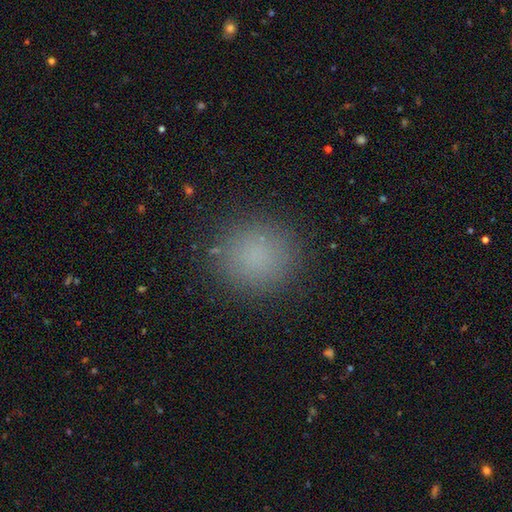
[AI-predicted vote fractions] The model was most divided on "smooth or featured": smooth: 82%, star or artifact: 14%, featured or disk: 5%. More confident: how rounded — round (89%); merging — none (88%).